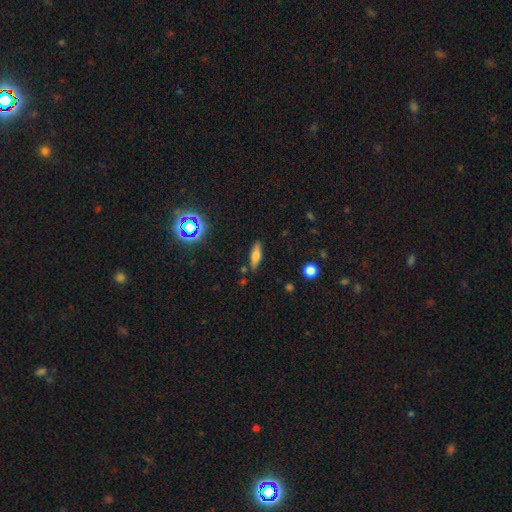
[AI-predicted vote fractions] Smooth or featured?
  - smooth: 61% *
  - featured or disk: 29%
  - star or artifact: 11%
How rounded?
  - in between: 51% *
  - cigar-shaped: 46%
  - round: 3%
Merging?
  - none: 84% *
  - minor disturbance: 11%
  - major disturbance: 3%
  - merger: 3%